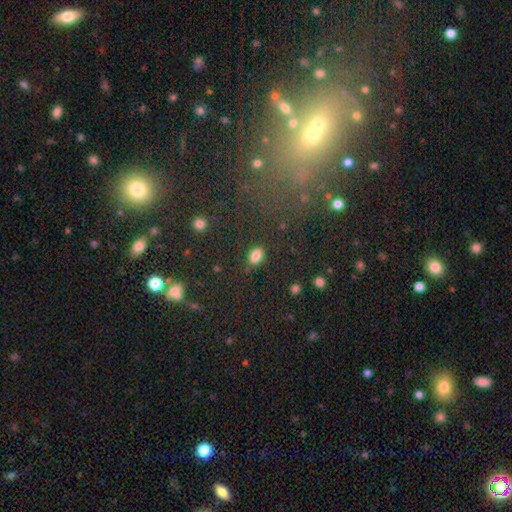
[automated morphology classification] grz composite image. It shows a smooth galaxy with no disk features (84%) that is in between round and cigar-shaped (86%). Merging: none (82%).